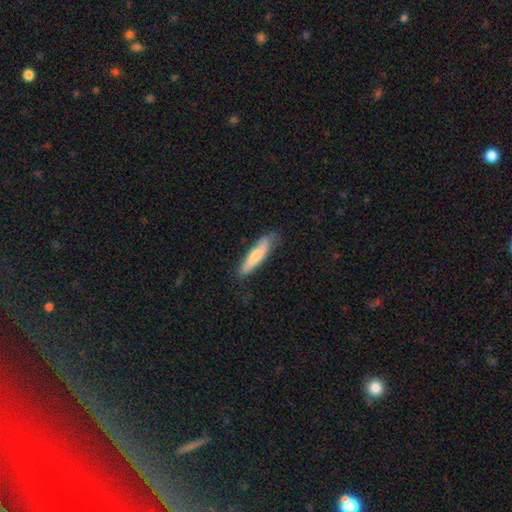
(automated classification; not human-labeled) smooth_or_featured: smooth (p=0.63) [alt: featured or disk p=0.31]
how_rounded: cigar-shaped (p=0.81) [alt: in between p=0.18]
merging: none (p=0.75) [alt: minor disturbance p=0.20]